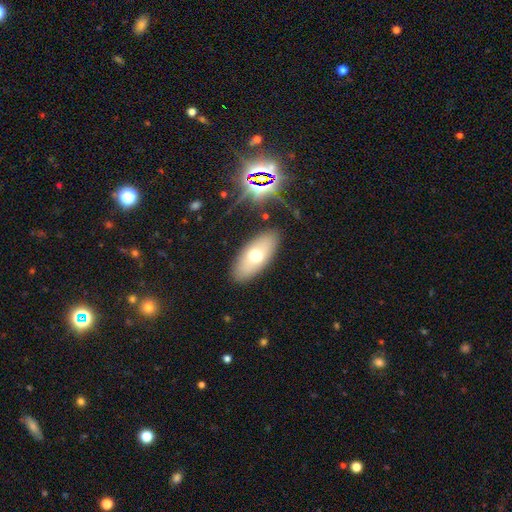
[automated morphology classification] Q: Smooth or featured?
A: smooth (63%); runner-up: featured or disk (27%)
Q: How rounded?
A: in between (86%); runner-up: cigar-shaped (9%)
Q: Merging?
A: none (85%); runner-up: minor disturbance (10%)